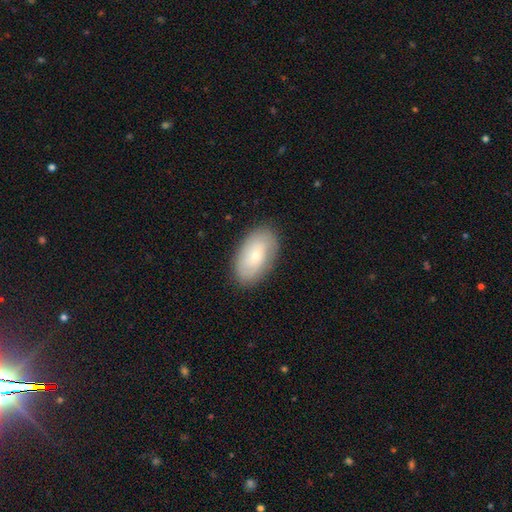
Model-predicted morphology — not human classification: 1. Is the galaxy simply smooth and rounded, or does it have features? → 57% smooth, 35% featured or disk, 8% star or artifact.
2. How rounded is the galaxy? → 92% in between, 6% round, 2% cigar-shaped.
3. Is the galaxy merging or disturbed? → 84% none, 12% minor disturbance, 3% major disturbance, 1% merger.